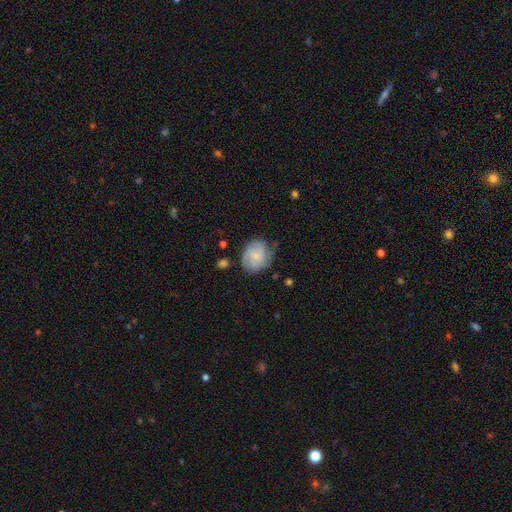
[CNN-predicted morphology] Smooth or featured: featured or disk — 47% (smooth — 45%)
Merging: none — 65% (minor disturbance — 24%)